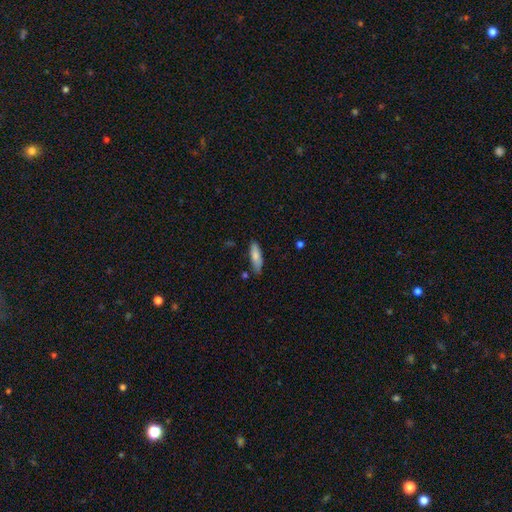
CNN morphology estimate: Smooth or featured? smooth (77%)
How rounded? cigar-shaped (51%)
Merging? none (77%)